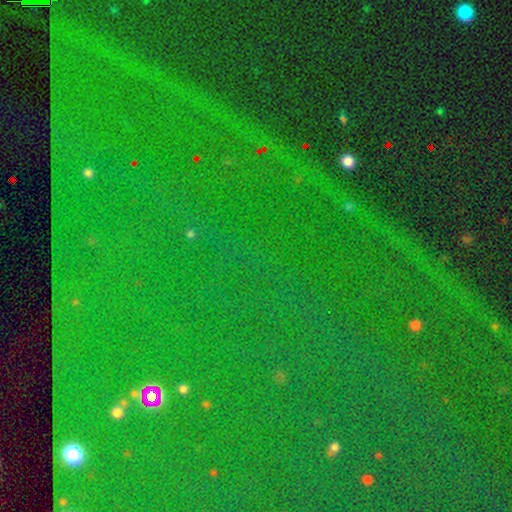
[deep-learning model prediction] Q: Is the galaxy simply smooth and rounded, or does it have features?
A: star or artifact — 87%.